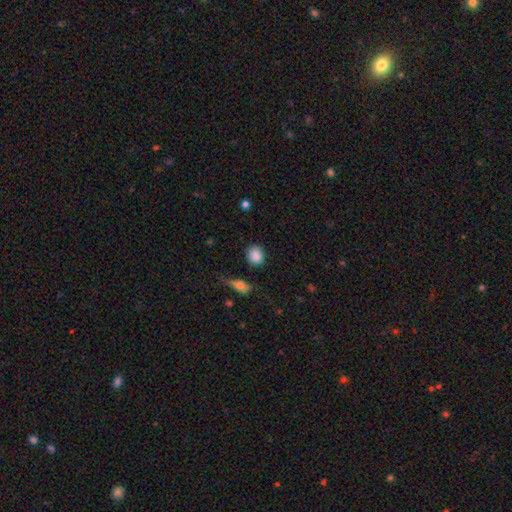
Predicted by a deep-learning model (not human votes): Smooth or featured?
  - smooth: 86% *
  - star or artifact: 9%
  - featured or disk: 5%
How rounded?
  - round: 63% *
  - in between: 35%
  - cigar-shaped: 2%
Merging?
  - none: 81% *
  - minor disturbance: 13%
  - major disturbance: 4%
  - merger: 3%